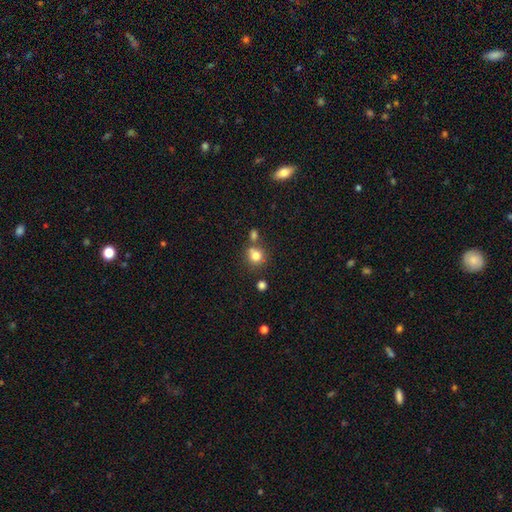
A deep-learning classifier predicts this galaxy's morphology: Overall: smooth (79%). How rounded: round (83%). Merging: none (60%; merger 26%).